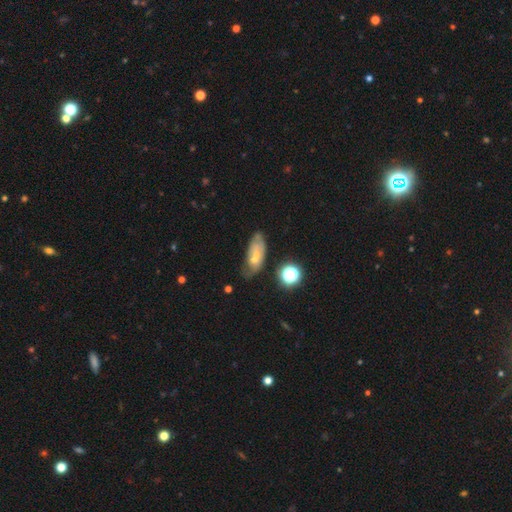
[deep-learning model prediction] Smooth or featured?
  - smooth: 44% *
  - featured or disk: 42%
  - star or artifact: 14%
Merging?
  - none: 47% *
  - minor disturbance: 27%
  - major disturbance: 13%
  - merger: 12%